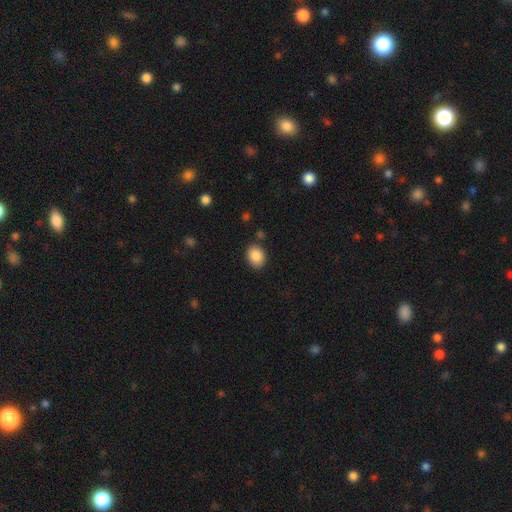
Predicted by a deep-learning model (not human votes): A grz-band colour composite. It shows a smooth galaxy with no disk features (87%) that is in between round and cigar-shaped (58%). Merging: none (84%).